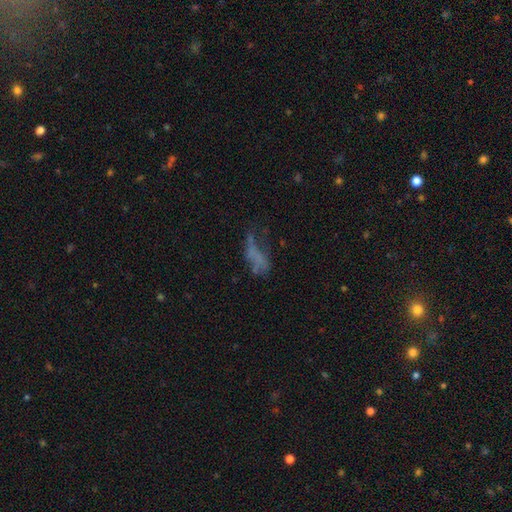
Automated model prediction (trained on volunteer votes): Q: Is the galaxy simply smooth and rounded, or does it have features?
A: featured or disk — 41%.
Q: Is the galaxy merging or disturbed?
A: major disturbance — 39%.